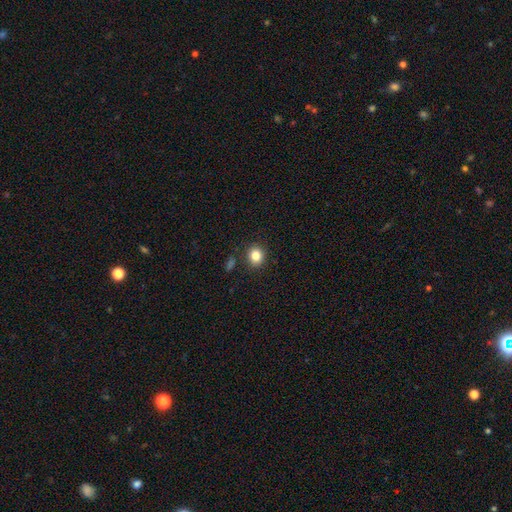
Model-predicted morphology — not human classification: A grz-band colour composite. It shows a smooth galaxy with no disk features (83%) that is round (78%). Merging: none (88%).